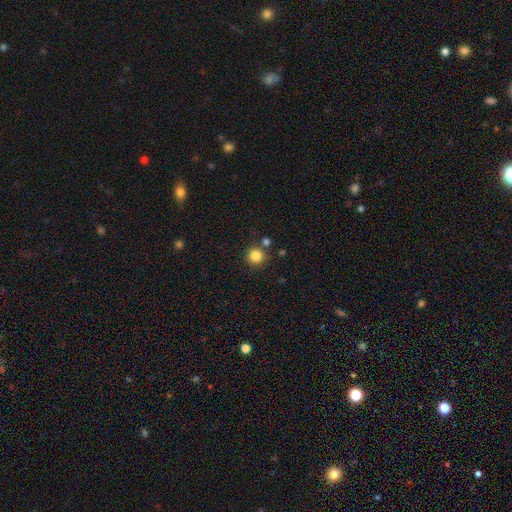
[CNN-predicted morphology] A smooth galaxy with no disk features (84%) that is round (94%). Merging: none (80%).